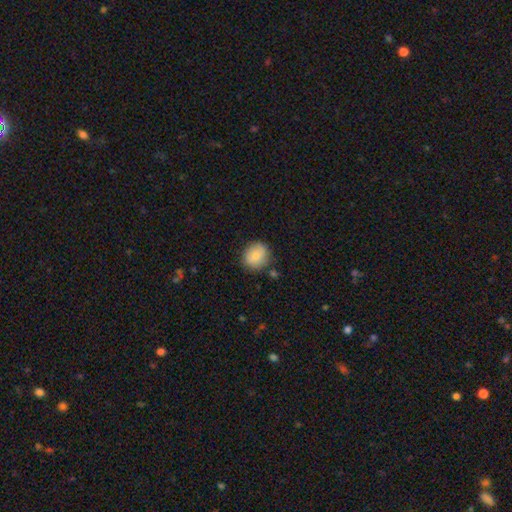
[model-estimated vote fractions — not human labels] Overall: smooth (82%). How rounded: round (73%). Merging: none (80%).